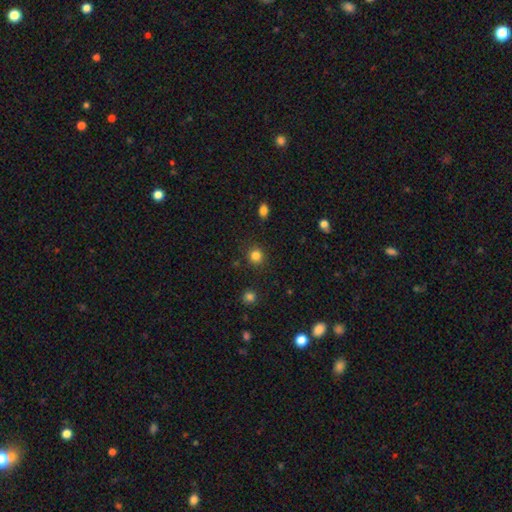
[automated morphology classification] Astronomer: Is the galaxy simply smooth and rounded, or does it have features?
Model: smooth — 83%.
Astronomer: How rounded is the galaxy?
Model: round — 92%.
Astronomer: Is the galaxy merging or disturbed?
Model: none — 89%.